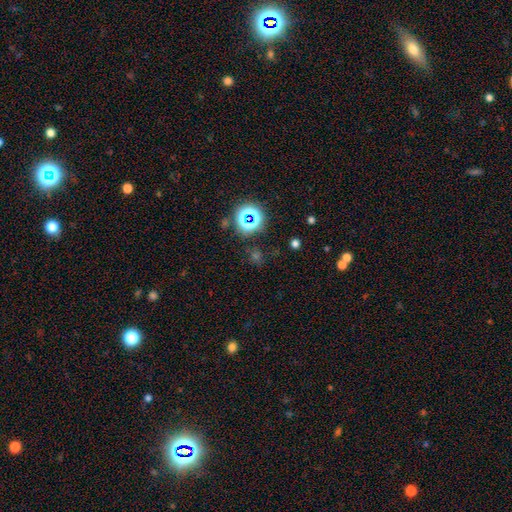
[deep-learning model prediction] This is likely a star or artifact rather than a galaxy (63%).